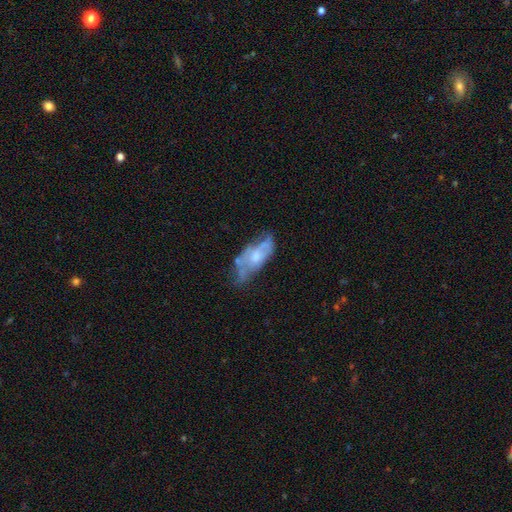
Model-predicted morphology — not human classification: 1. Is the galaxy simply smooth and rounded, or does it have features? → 54% featured or disk, 38% smooth, 8% star or artifact.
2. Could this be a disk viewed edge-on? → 86% no, 14% yes.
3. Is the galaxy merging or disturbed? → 37% none, 34% minor disturbance, 21% major disturbance, 8% merger.